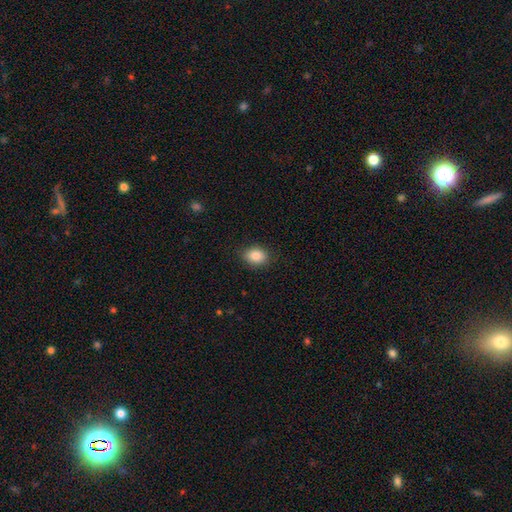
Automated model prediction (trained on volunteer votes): smooth-or-featured: smooth: 86% | star or artifact: 9% | featured or disk: 6%
  how-rounded: in between: 59% | round: 40% | cigar-shaped: 1%
  merging: none: 86% | minor disturbance: 10% | major disturbance: 3% | merger: 1%